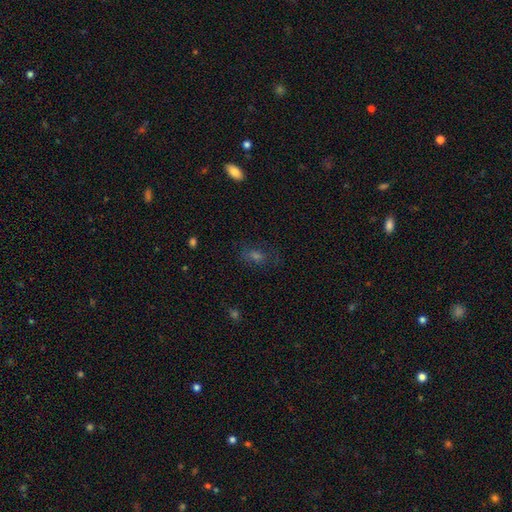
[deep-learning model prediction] A smooth galaxy with no disk features (46%).

Vote fractions:
- Smooth or featured? smooth: 46% / star or artifact: 32% / featured or disk: 21%
- Merging? none: 75% / minor disturbance: 15% / major disturbance: 8% / merger: 2%